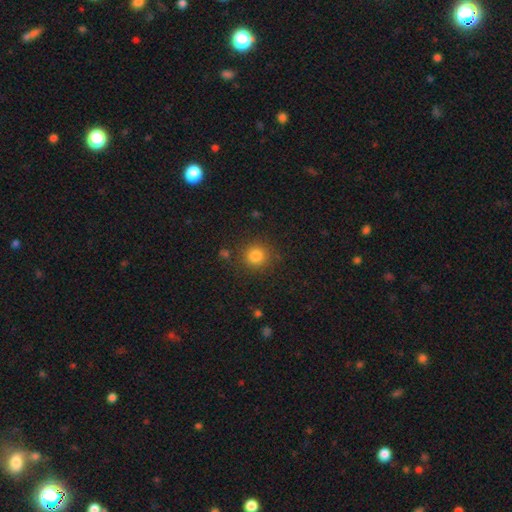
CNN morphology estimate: A smooth galaxy with no disk features (82%) that is round (91%). Merging: none (86%).